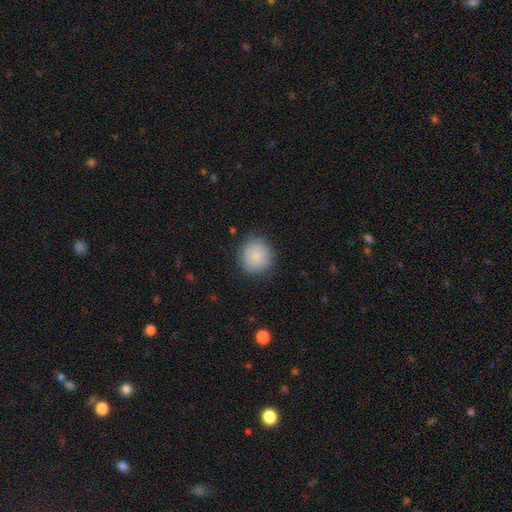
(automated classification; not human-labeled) Smooth or featured: smooth — 86% (star or artifact — 8%)
How rounded: round — 88% (in between — 11%)
Merging: none — 83% (minor disturbance — 13%)